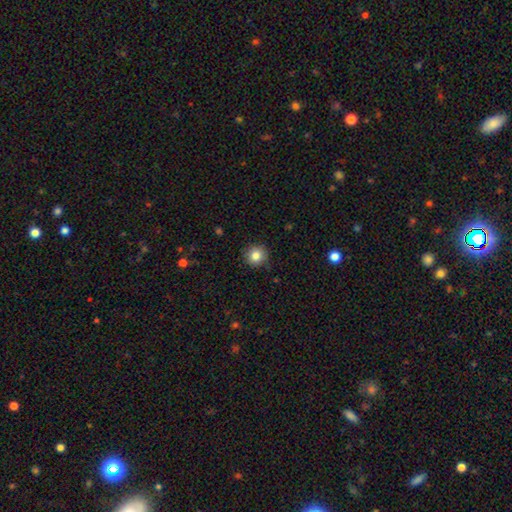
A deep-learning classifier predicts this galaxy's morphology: A smooth galaxy with no disk features (83%) that is round (94%).

Vote fractions:
- Smooth or featured? smooth: 83% / star or artifact: 10% / featured or disk: 6%
- How rounded? round: 94% / in between: 5% / cigar-shaped: 1%
- Merging? none: 90% / minor disturbance: 8% / major disturbance: 2% / merger: 1%